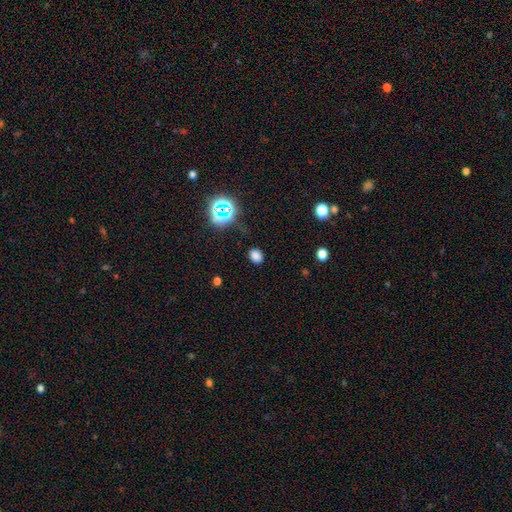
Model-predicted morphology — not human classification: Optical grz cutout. It shows a smooth galaxy with no disk features (75%) that is in between round and cigar-shaped (66%). Merging: none (83%).